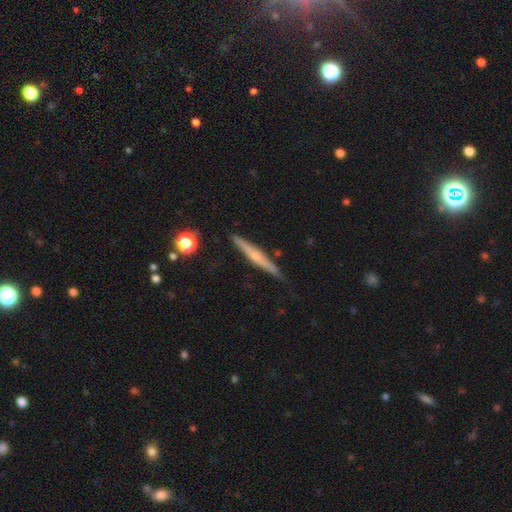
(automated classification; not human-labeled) Q: Smooth or featured?
A: featured or disk (58%); runner-up: smooth (35%)
Q: Edge-on disk?
A: yes (97%); runner-up: no (3%)
Q: Edge-on bulge?
A: rounded (61%); runner-up: none (31%)
Q: Merging?
A: none (86%); runner-up: minor disturbance (10%)